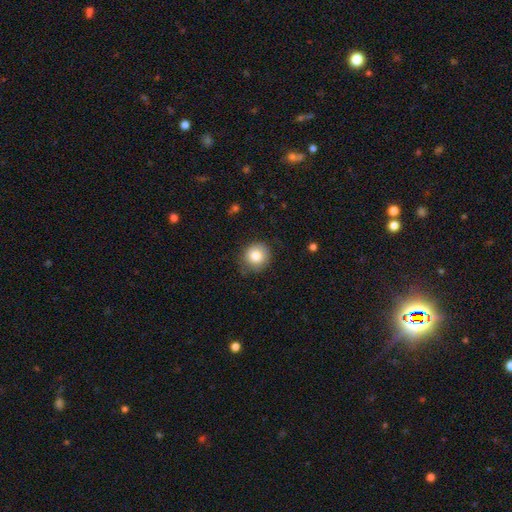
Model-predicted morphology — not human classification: Smooth or featured?
  - smooth: 82% *
  - star or artifact: 9%
  - featured or disk: 9%
How rounded?
  - round: 89% *
  - in between: 10%
  - cigar-shaped: 1%
Merging?
  - none: 79% *
  - minor disturbance: 16%
  - major disturbance: 4%
  - merger: 1%